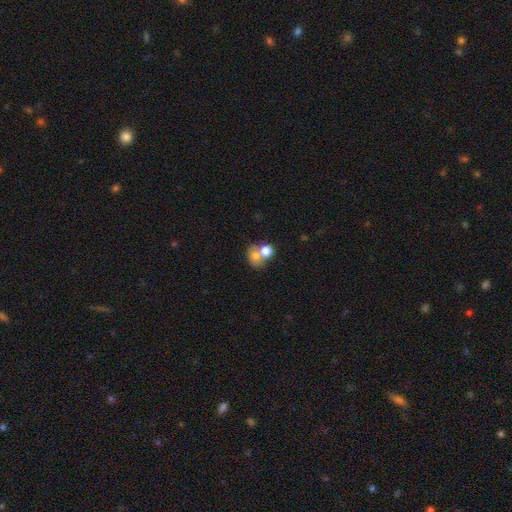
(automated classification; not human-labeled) Smooth or featured? smooth (71%)
How rounded? round (57%)
Merging? merger (55%)